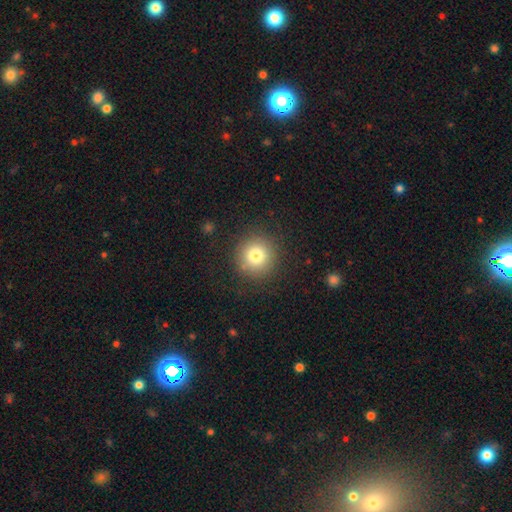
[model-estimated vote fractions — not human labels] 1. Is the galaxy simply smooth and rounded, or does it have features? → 78% smooth, 12% star or artifact, 10% featured or disk.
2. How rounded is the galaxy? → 95% round, 4% in between, 1% cigar-shaped.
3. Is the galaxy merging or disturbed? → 88% none, 7% minor disturbance, 3% major disturbance, 1% merger.